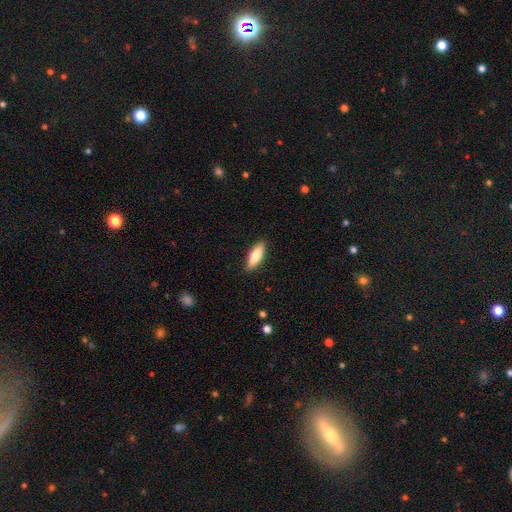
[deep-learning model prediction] smooth_or_featured: smooth (p=0.68) [alt: featured or disk p=0.26]
how_rounded: in between (p=0.55) [alt: cigar-shaped p=0.42]
merging: none (p=0.89) [alt: minor disturbance p=0.08]